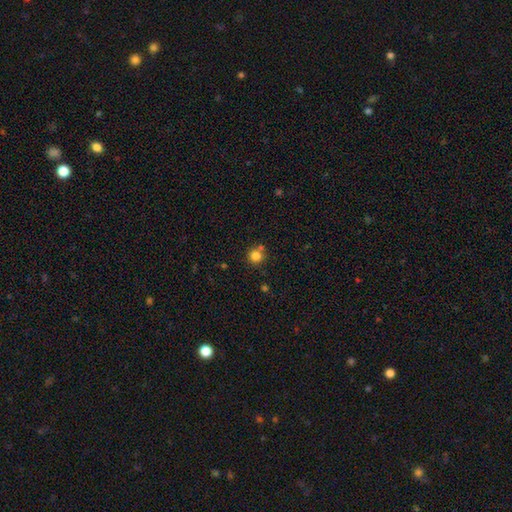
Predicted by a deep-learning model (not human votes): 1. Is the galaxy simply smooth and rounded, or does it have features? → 82% smooth, 12% star or artifact, 6% featured or disk.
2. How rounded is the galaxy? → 92% round, 7% in between, 1% cigar-shaped.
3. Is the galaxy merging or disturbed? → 70% none, 17% merger, 10% minor disturbance, 3% major disturbance.